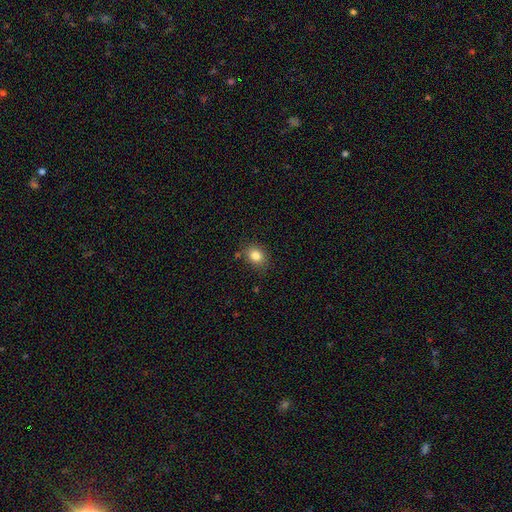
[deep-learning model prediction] This appears to be a smooth galaxy with no disk features (83%) that is in between round and cigar-shaped (52%). Merging: none (80%).